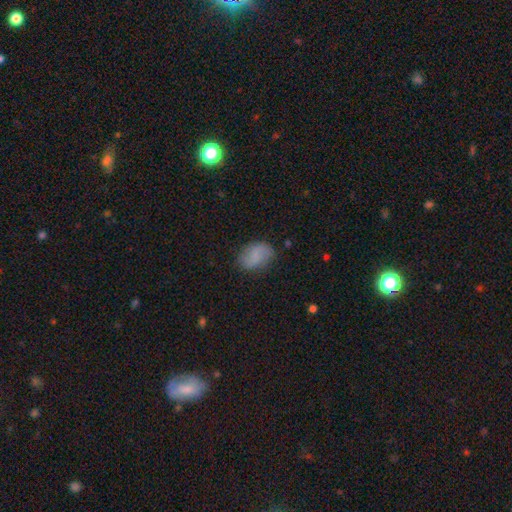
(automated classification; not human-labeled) Overall: smooth (66%). How rounded: in between (83%). Merging: none (74%).